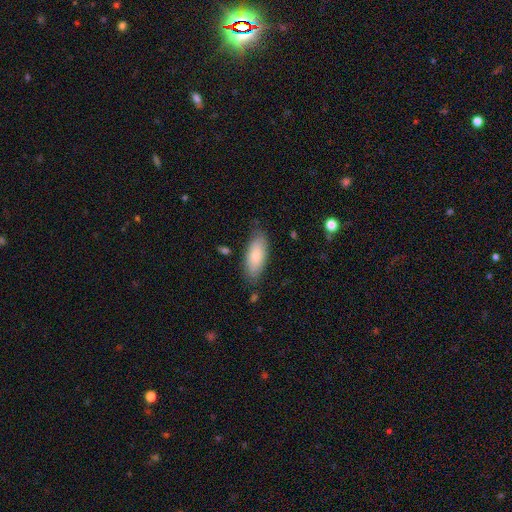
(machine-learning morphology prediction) This is likely a smooth galaxy (80%). How rounded: clearly in between (82%). Merging: likely none (78%).